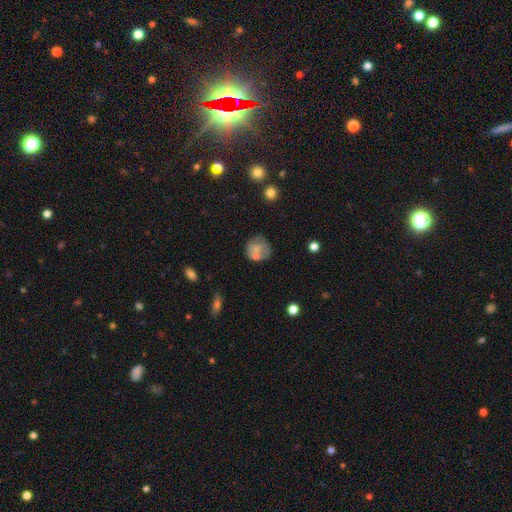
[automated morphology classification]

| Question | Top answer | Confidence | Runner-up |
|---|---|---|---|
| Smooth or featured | smooth | 59% | featured or disk (30%) |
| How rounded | round | 76% | in between (23%) |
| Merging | none | 48% | minor disturbance (21%) |